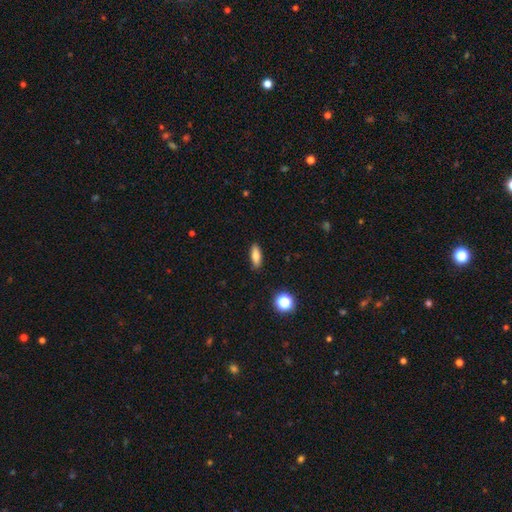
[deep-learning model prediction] Overall: smooth (77%). How rounded: in between (67%; cigar-shaped 30%). Merging: none (88%).